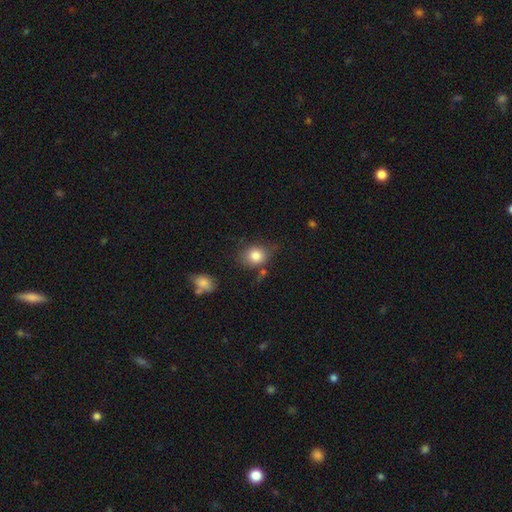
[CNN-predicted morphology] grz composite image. It shows a smooth galaxy with no disk features (83%) that is round (60%). Merging: none (69%).